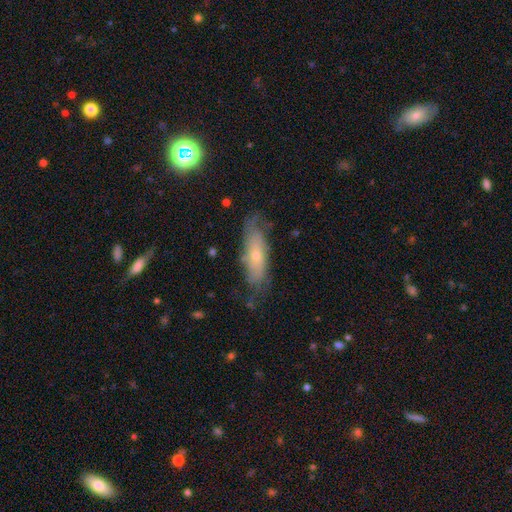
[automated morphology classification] Smooth or featured? featured or disk (53%)
Edge-on disk? no (70%)
Merging? none (65%)